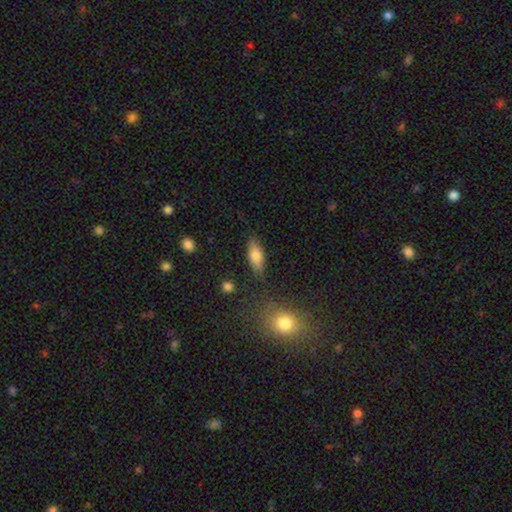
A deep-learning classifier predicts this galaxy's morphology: smooth_or_featured: smooth (p=0.74) [alt: featured or disk p=0.19]
how_rounded: in between (p=0.73) [alt: cigar-shaped p=0.23]
merging: none (p=0.82) [alt: minor disturbance p=0.12]